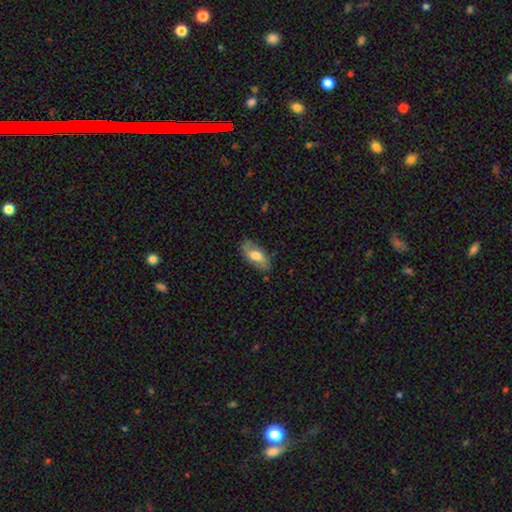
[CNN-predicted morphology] A smooth galaxy with no disk features (64%) that is in between round and cigar-shaped (88%). Merging: none (76%).